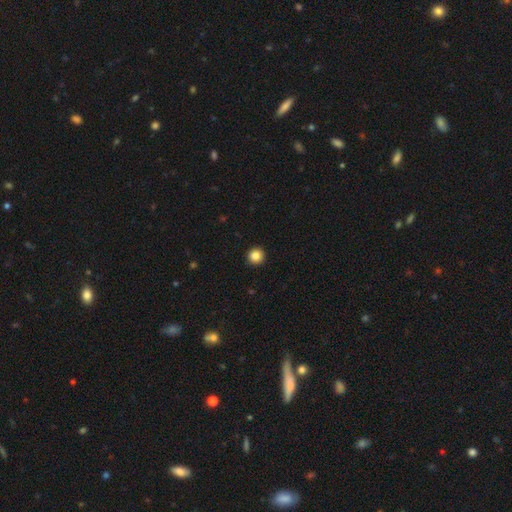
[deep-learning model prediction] Smooth or featured? Predicted: smooth (p=0.86). How rounded? Predicted: round (p=0.95). Merging? Predicted: none (p=0.94).